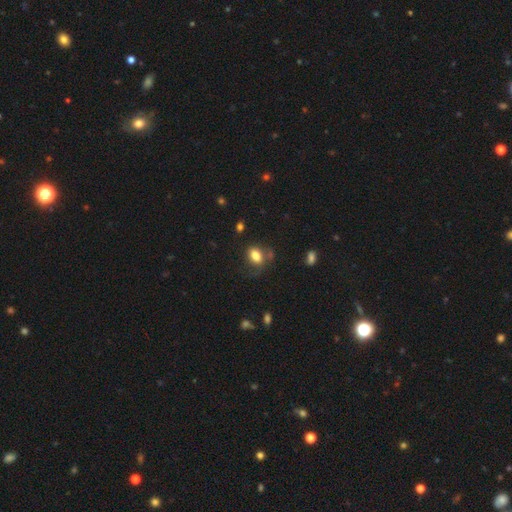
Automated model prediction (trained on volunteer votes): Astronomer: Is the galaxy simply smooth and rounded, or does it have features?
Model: smooth — 81%.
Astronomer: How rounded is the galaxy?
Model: in between — 79%.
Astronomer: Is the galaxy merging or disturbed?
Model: none — 58%.